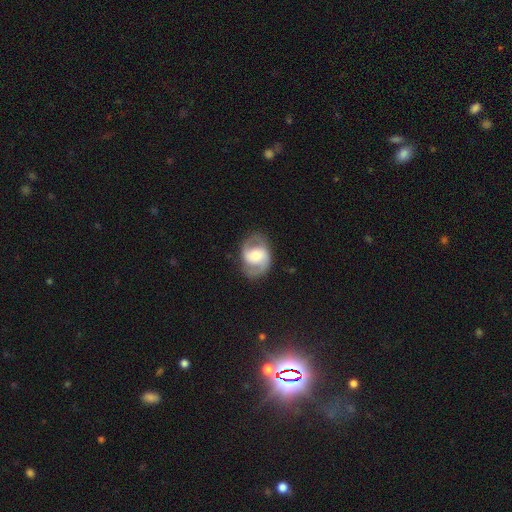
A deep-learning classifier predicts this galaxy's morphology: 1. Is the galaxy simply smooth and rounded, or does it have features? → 76% featured or disk, 18% smooth, 6% star or artifact.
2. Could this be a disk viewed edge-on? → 97% no, 3% yes.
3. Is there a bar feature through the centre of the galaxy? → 42% no, 39% weak, 19% strong.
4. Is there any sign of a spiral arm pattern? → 89% yes, 11% no.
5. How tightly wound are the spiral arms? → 52% medium, 26% loose, 23% tight.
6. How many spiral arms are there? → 90% 2, 5% can't tell, 2% 1, 1% 3, 1% 4, 1% more than 4.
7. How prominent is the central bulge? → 55% moderate, 21% small, 20% large, 2% dominant, 2% none.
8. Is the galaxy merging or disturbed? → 79% none, 13% minor disturbance, 7% major disturbance, 1% merger.